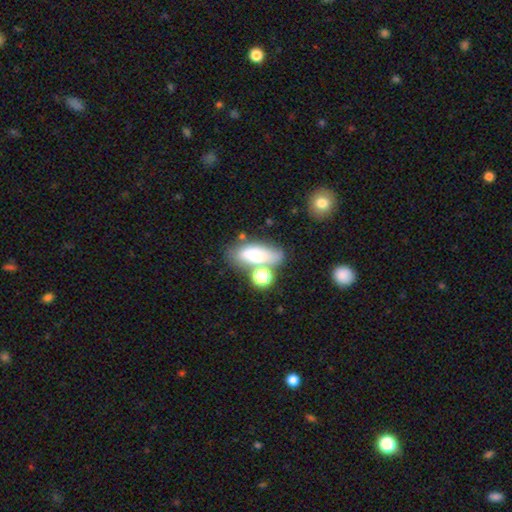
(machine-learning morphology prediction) This appears to be a smooth galaxy with no disk features (65%) that is in between round and cigar-shaped (74%). Merging: none (45%).